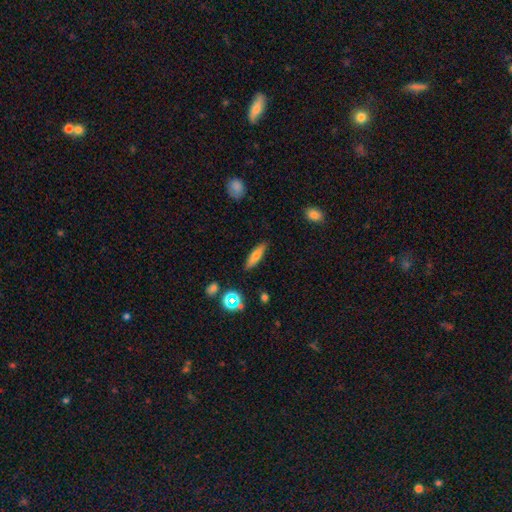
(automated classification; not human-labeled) The model was most divided on "how rounded": cigar-shaped: 67%, in between: 30%, round: 3%. More confident: merging — none (86%); smooth or featured — smooth (70%).